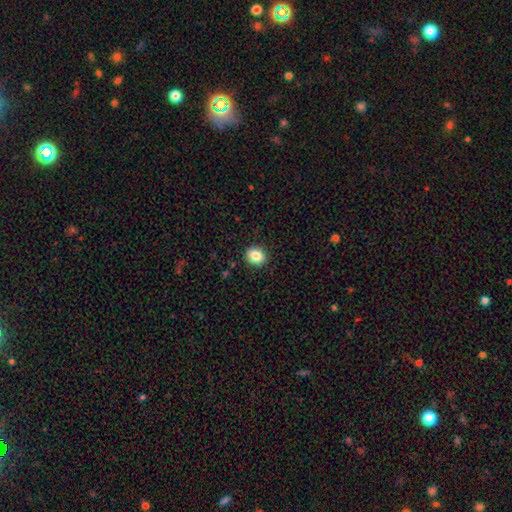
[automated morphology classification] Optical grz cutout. It shows a smooth galaxy with no disk features (85%) that is round (68%). Merging: none (91%).